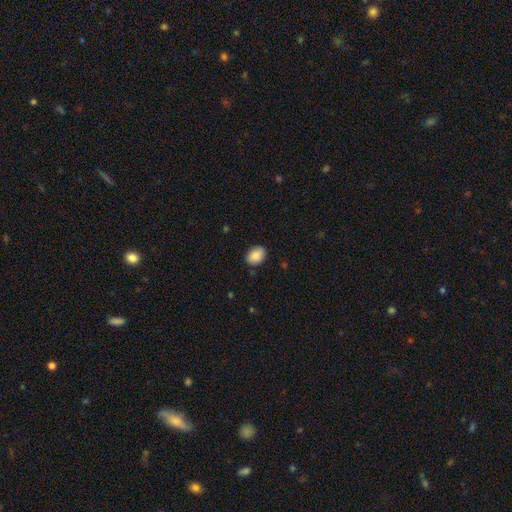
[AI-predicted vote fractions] smooth 89%, star or artifact 7%, featured or disk 4%. Down the decision tree: how rounded — in between (74%); merging — none (85%).